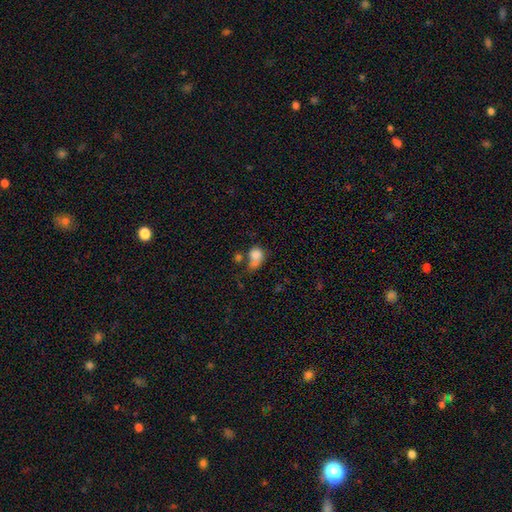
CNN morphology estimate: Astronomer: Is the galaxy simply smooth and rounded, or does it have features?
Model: smooth — 77%.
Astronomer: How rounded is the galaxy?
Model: round — 55% (runner-up: in between, 43%).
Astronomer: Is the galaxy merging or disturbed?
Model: merger — 35% (runner-up: none, 26%).